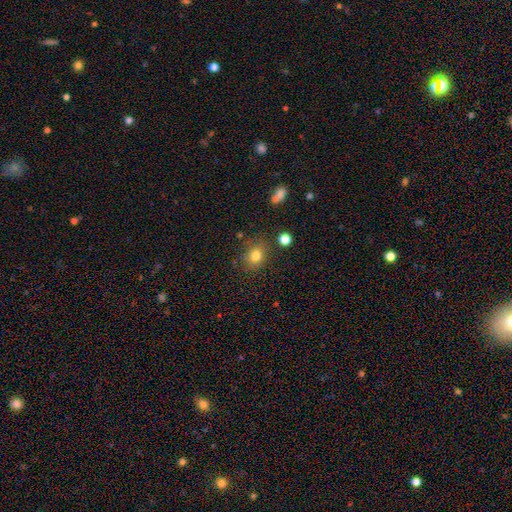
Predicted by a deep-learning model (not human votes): Overall: smooth (79%). How rounded: round (58%; in between 41%). Merging: none (78%).